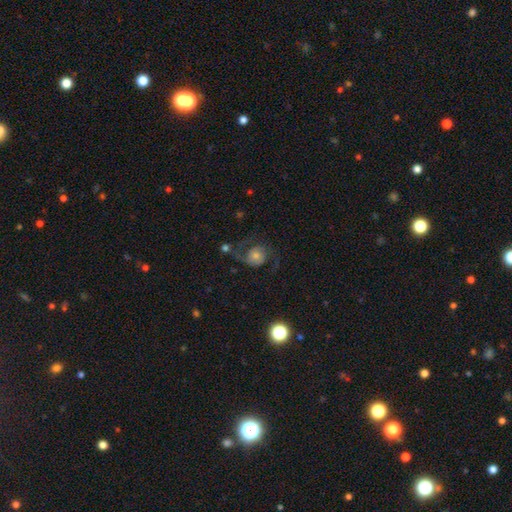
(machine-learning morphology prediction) Overall: featured or disk (76%). Edge-on disk: no (98%). Bar: no (74%). Spiral arms: yes (94%). Spiral arm count: 2 (86%). Spiral winding: medium (47%; loose 33%). Bulge size: moderate (43%; small 42%). Merging: none (66%).